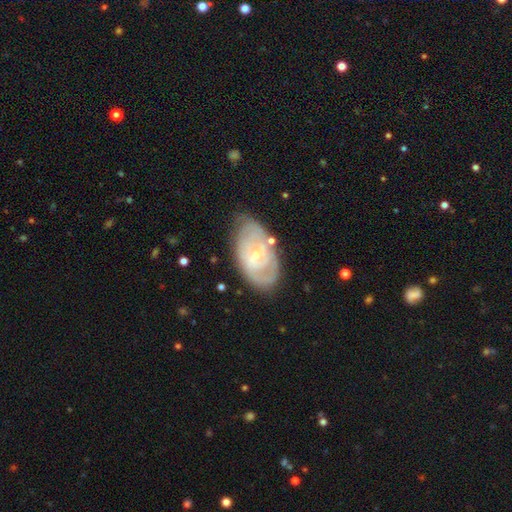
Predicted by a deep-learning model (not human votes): Overall: featured or disk (74%). Edge-on disk: no (95%). Bar: weak (49%; no 37%). Spiral arms: yes (79%). Spiral arm count: can't tell (43%; 2 39%). Spiral winding: tight (60%; medium 31%). Bulge size: small (74%). Merging: none (63%; minor disturbance 25%).